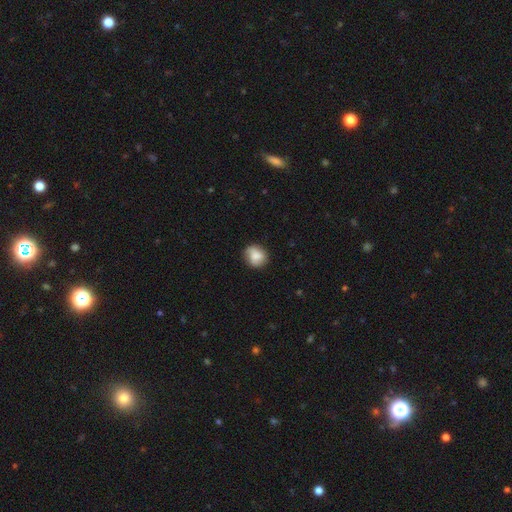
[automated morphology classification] Q: Smooth or featured?
A: smooth (74%); runner-up: featured or disk (18%)
Q: How rounded?
A: round (72%); runner-up: in between (27%)
Q: Merging?
A: none (74%); runner-up: minor disturbance (20%)